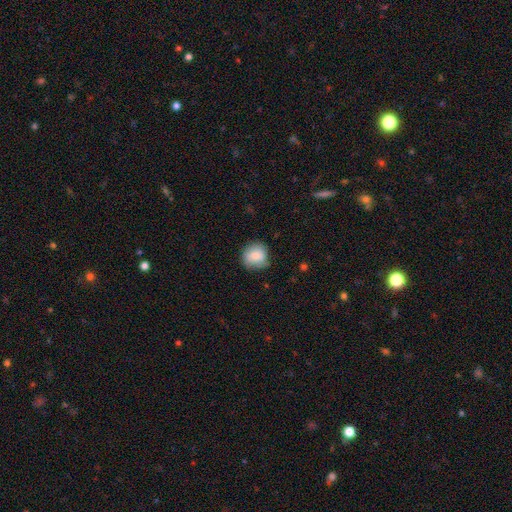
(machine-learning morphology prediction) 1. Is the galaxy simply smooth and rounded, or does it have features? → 81% smooth, 11% featured or disk, 8% star or artifact.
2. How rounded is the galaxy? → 85% round, 14% in between, 1% cigar-shaped.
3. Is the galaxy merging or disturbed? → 73% none, 22% minor disturbance, 5% major disturbance, 1% merger.